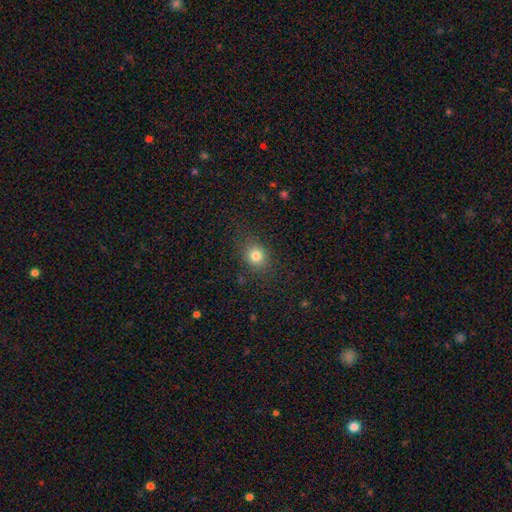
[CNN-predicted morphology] smooth 80%, star or artifact 12%, featured or disk 7%. Down the decision tree: how rounded — round (65%); merging — none (83%).